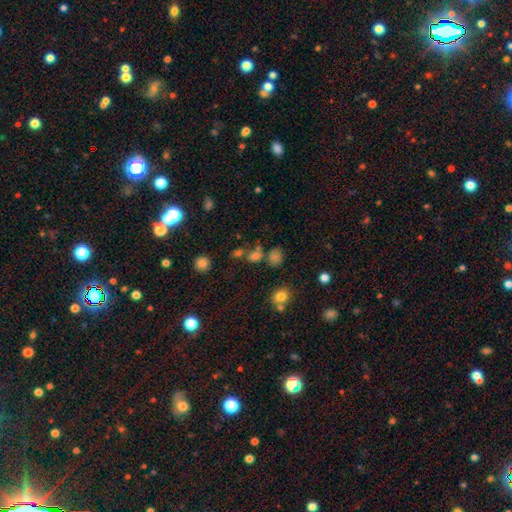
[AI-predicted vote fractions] smooth 51%, star or artifact 37%, featured or disk 12%. Down the decision tree: how rounded — round (71%); merging — none (58%).